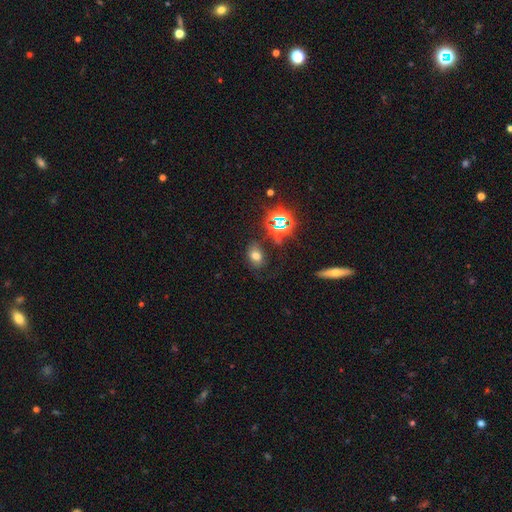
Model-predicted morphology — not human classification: The model was most divided on "smooth or featured": smooth: 63%, star or artifact: 27%, featured or disk: 10%. More confident: how rounded — in between (76%); merging — none (75%).